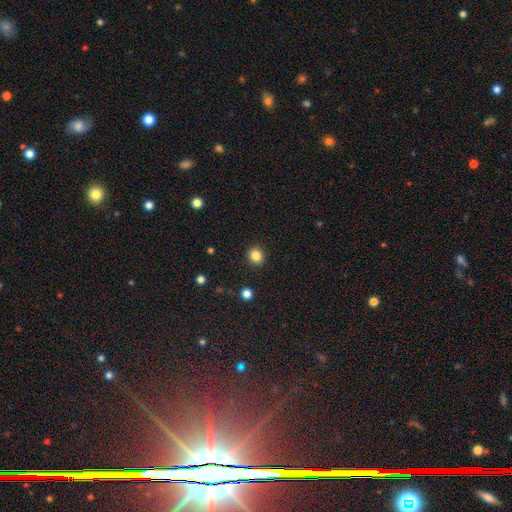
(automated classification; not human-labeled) smooth_or_featured: smooth (p=0.84) [alt: star or artifact p=0.11]
how_rounded: round (p=0.79) [alt: in between p=0.21]
merging: none (p=0.91) [alt: minor disturbance p=0.06]